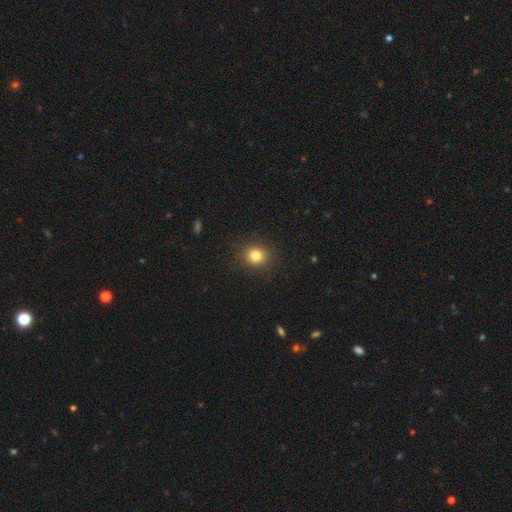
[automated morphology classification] A smooth galaxy with no disk features (82%) that is round (83%).

Vote fractions:
- Smooth or featured? smooth: 82% / star or artifact: 12% / featured or disk: 6%
- How rounded? round: 83% / in between: 16% / cigar-shaped: 1%
- Merging? none: 89% / minor disturbance: 7% / major disturbance: 3% / merger: 1%